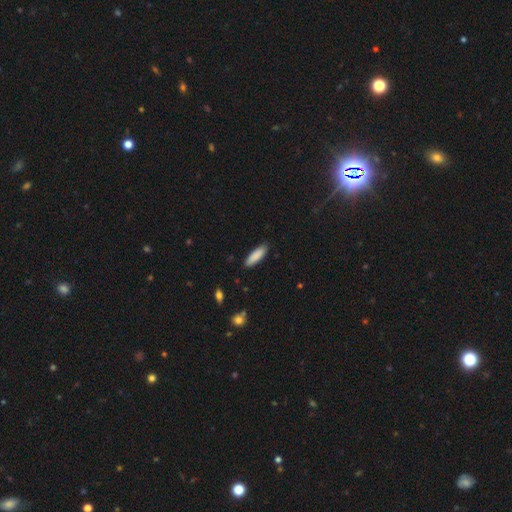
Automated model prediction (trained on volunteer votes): Morphology: type=smooth (88%); roundness=cigar-shaped (58%); merging=none (88%).